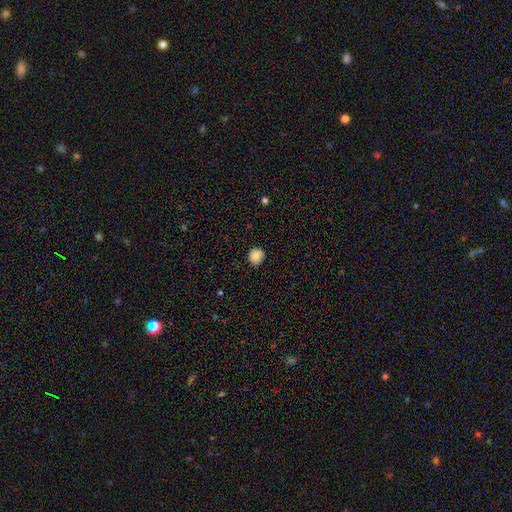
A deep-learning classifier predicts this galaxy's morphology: smooth_or_featured: smooth (p=0.86) [alt: star or artifact p=0.09]
how_rounded: round (p=0.89) [alt: in between p=0.10]
merging: none (p=0.88) [alt: minor disturbance p=0.09]